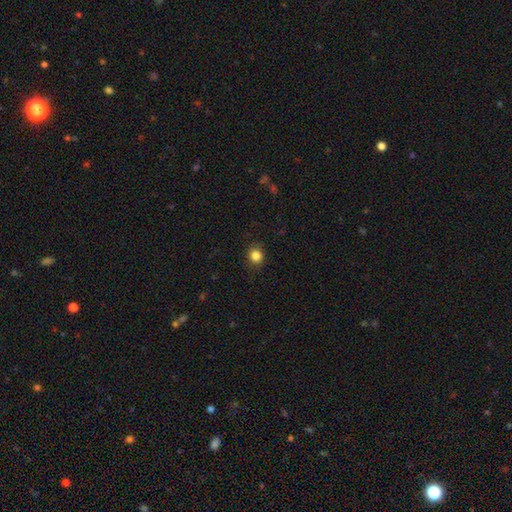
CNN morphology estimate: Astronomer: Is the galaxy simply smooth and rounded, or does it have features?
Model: smooth — 84%.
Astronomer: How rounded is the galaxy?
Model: round — 85%.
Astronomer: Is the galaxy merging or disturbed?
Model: none — 89%.